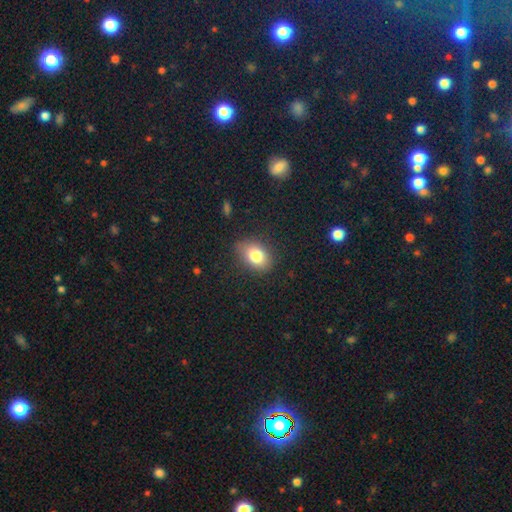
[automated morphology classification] This is clearly a smooth galaxy (80%). How rounded: likely in between (77%). Merging: likely none (79%).